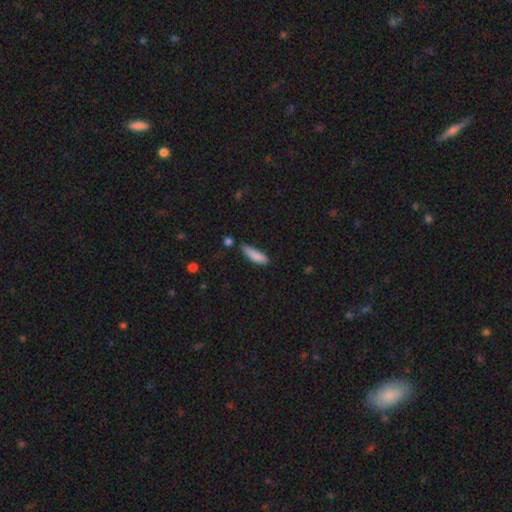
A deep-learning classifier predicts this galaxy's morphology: Q: Smooth or featured?
A: smooth (84%); runner-up: featured or disk (9%)
Q: How rounded?
A: cigar-shaped (64%); runner-up: in between (34%)
Q: Merging?
A: none (54%); runner-up: minor disturbance (32%)